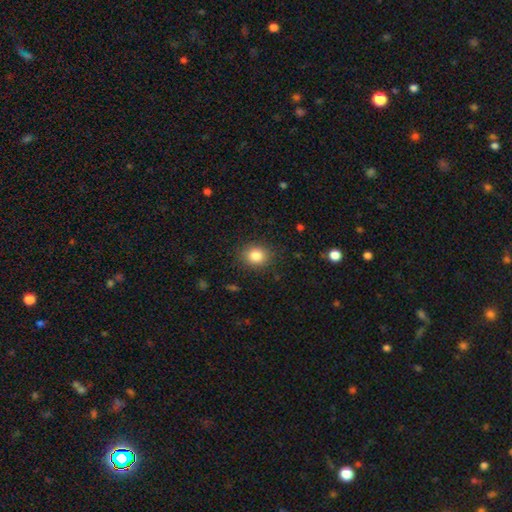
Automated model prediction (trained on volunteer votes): Smooth or featured? Predicted: smooth (p=0.84). How rounded? Predicted: round (p=0.64). Merging? Predicted: none (p=0.87).